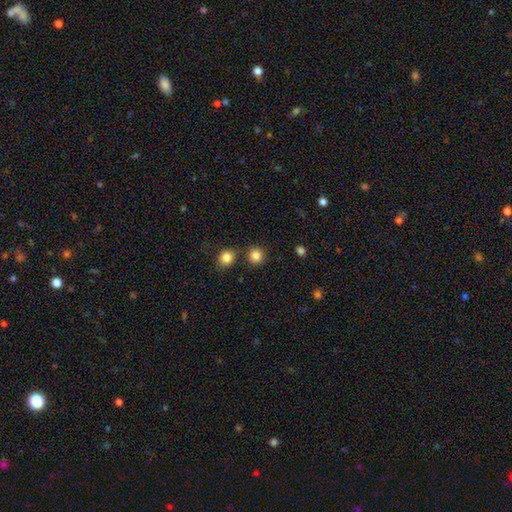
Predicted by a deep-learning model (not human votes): This appears to be a smooth galaxy with no disk features (84%) that is round (90%). Merging: none (81%).